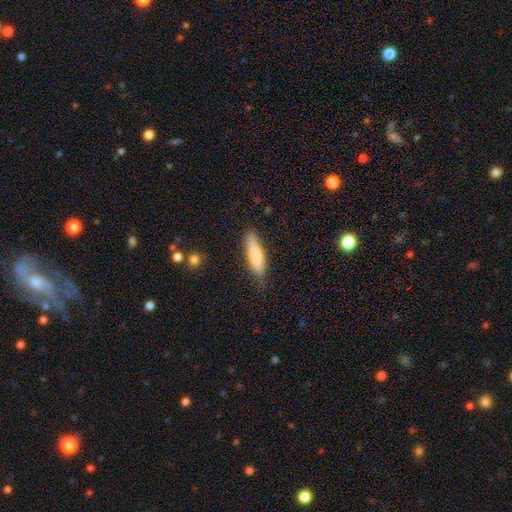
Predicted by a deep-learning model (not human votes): Q: Smooth or featured?
A: smooth (77%); runner-up: featured or disk (17%)
Q: How rounded?
A: cigar-shaped (66%); runner-up: in between (32%)
Q: Merging?
A: none (82%); runner-up: minor disturbance (14%)